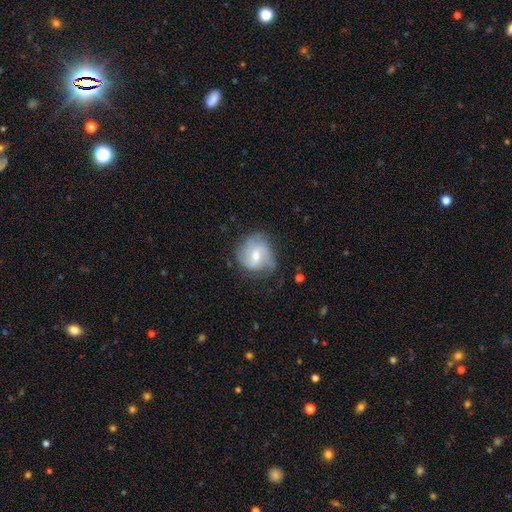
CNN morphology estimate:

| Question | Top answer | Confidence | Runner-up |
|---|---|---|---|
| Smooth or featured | featured or disk | 62% | smooth (31%) |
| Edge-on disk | no | 97% | yes (3%) |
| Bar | no | 46% | weak (44%) |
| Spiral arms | yes | 86% | no (14%) |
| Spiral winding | medium | 43% | tight (31%) |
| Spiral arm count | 2 | 37% | can't tell (25%) |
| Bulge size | moderate | 59% | small (36%) |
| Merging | none | 59% | minor disturbance (27%) |